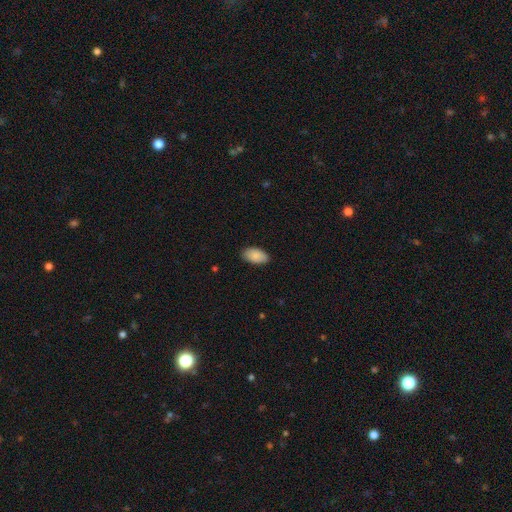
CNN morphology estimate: Overall: smooth (89%). How rounded: in between (95%). Merging: none (87%).